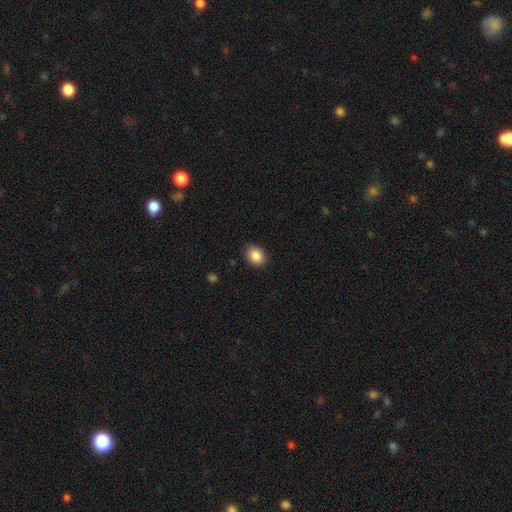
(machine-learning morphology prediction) Overall: smooth (88%). How rounded: in between (58%; round 41%). Merging: none (87%).